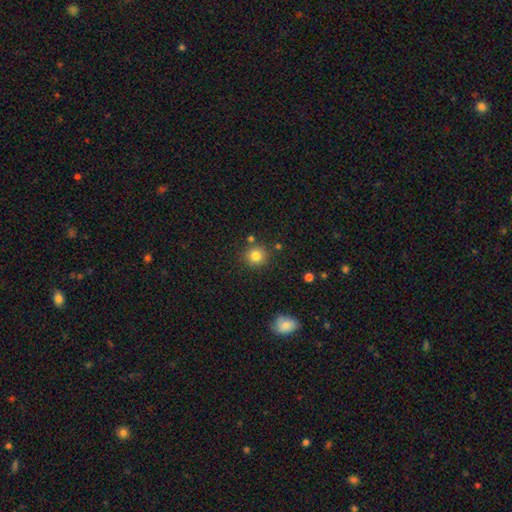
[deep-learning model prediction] smooth_or_featured: smooth (p=0.82) [alt: star or artifact p=0.12]
how_rounded: round (p=0.92) [alt: in between p=0.07]
merging: none (p=0.84) [alt: minor disturbance p=0.08]